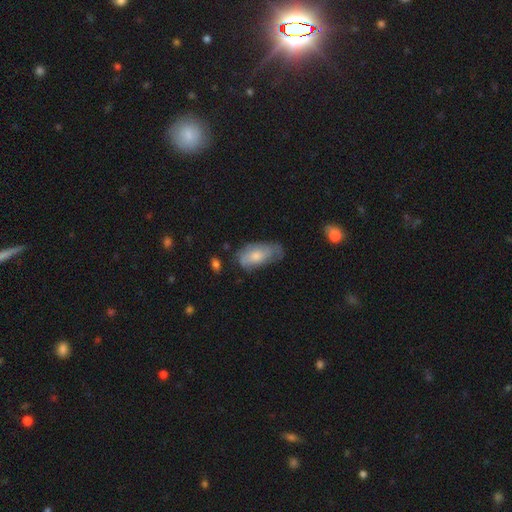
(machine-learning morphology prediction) smooth_or_featured: smooth (p=0.64) [alt: featured or disk p=0.30]
how_rounded: in between (p=0.90) [alt: cigar-shaped p=0.07]
merging: none (p=0.40) [alt: minor disturbance p=0.39]